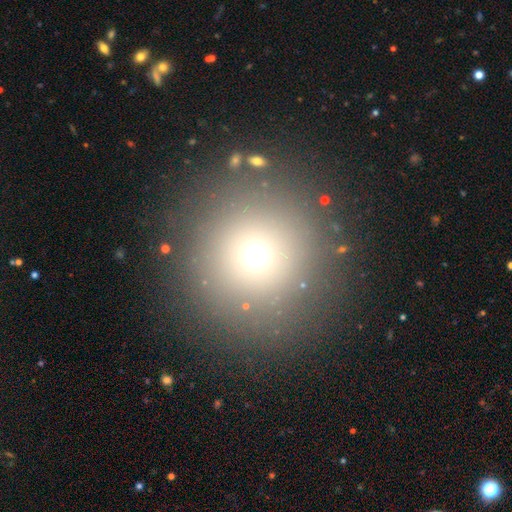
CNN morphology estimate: Smooth or featured?
  - smooth: 67% *
  - star or artifact: 22%
  - featured or disk: 10%
How rounded?
  - round: 95% *
  - in between: 4%
  - cigar-shaped: 1%
Merging?
  - none: 88% *
  - minor disturbance: 6%
  - major disturbance: 3%
  - merger: 2%